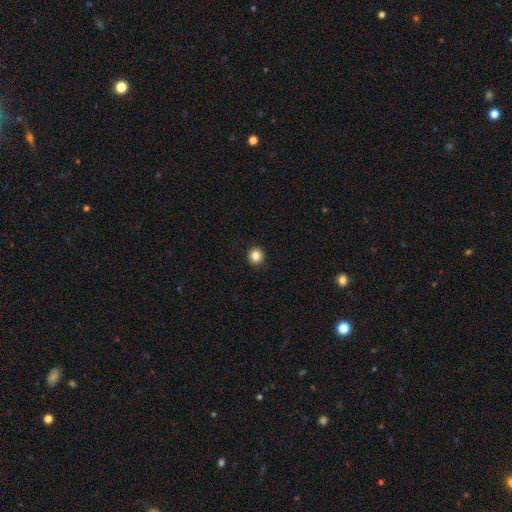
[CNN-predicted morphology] This appears to be a smooth galaxy with no disk features (85%) that is round (95%). Merging: none (94%).